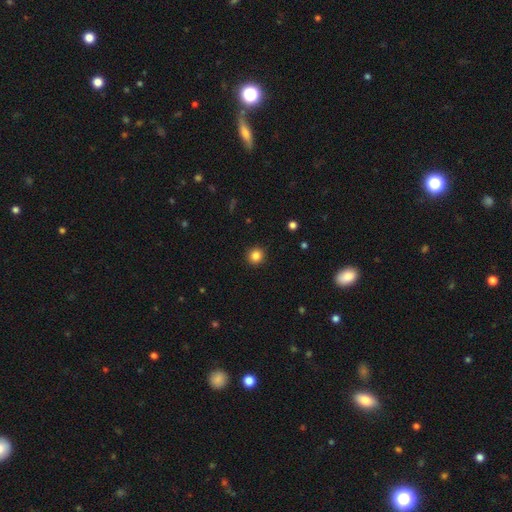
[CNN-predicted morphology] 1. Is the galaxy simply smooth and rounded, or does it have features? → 85% smooth, 11% star or artifact, 4% featured or disk.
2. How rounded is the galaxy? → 94% round, 5% in between, 1% cigar-shaped.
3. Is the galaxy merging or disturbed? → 92% none, 5% minor disturbance, 2% major disturbance, 1% merger.